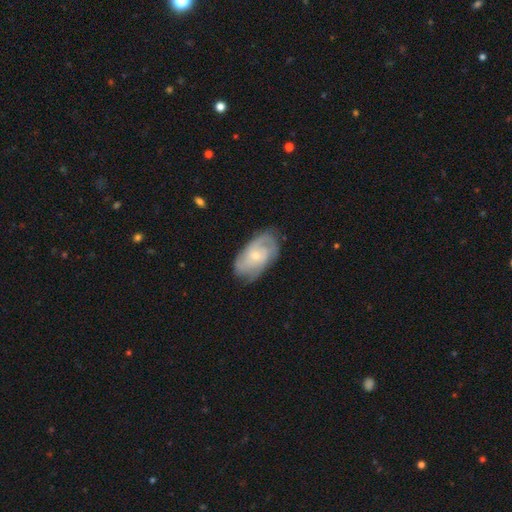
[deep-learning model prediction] The model was most divided on "spiral arm count": 2: 34%, can't tell: 30%, 3: 22%, 4: 6%, 1: 5%, more than 4: 4%. Remaining: edge-on disk — no (96%); spiral arms — yes (92%); smooth or featured — featured or disk (74%); merging — none (71%); bar — no (69%); bulge size — small (61%); spiral winding — tight (49%).